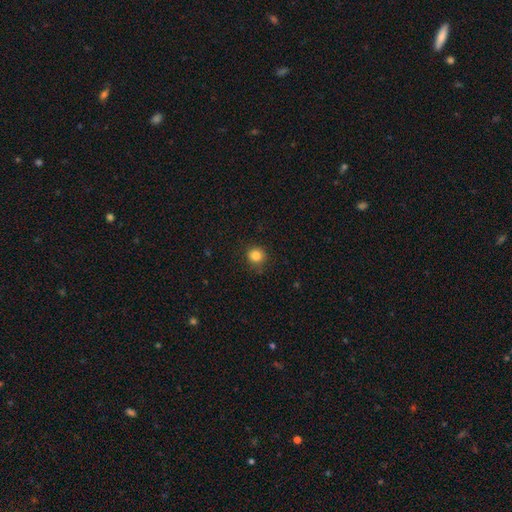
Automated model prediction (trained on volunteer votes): A smooth galaxy with no disk features (85%) that is round (90%).

Vote fractions:
- Smooth or featured? smooth: 85% / star or artifact: 11% / featured or disk: 4%
- How rounded? round: 90% / in between: 9% / cigar-shaped: 1%
- Merging? none: 86% / minor disturbance: 10% / major disturbance: 3% / merger: 1%